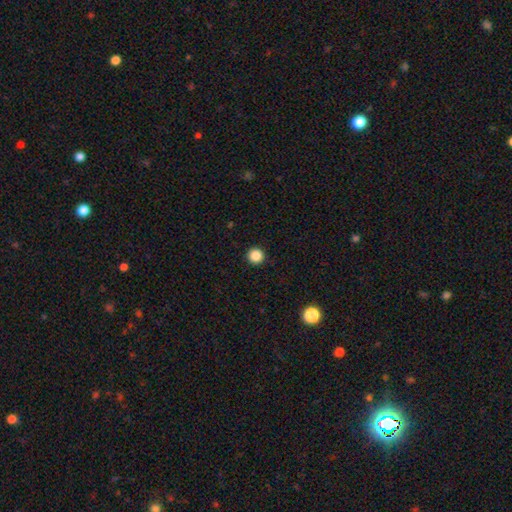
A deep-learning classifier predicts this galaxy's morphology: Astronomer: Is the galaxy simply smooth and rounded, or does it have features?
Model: smooth — 86%.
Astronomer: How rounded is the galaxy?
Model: round — 96%.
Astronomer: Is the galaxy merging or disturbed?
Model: none — 94%.